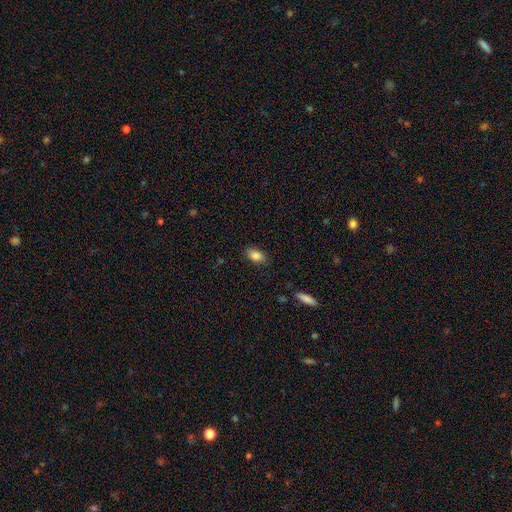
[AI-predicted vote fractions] A smooth galaxy with no disk features (86%) that is in between round and cigar-shaped (89%). Merging: none (84%).